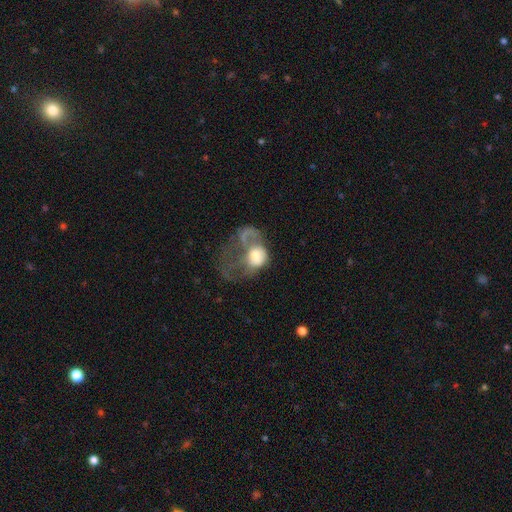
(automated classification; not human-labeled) smooth-or-featured: smooth: 48% | featured or disk: 43% | star or artifact: 9%
  merging: major disturbance: 67% | merger: 15% | none: 10% | minor disturbance: 8%